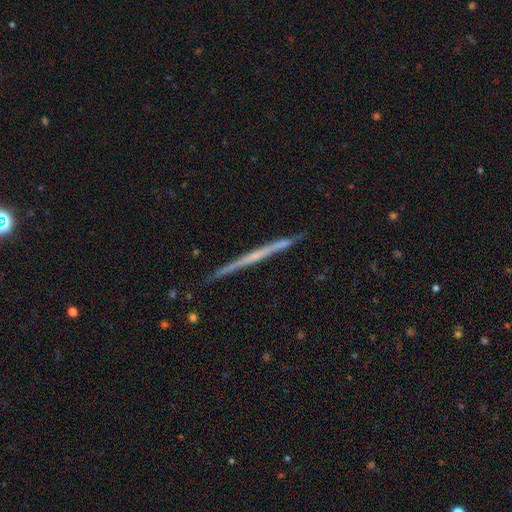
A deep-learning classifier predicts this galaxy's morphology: Smooth or featured? featured or disk (65%)
Edge-on disk? yes (98%)
Edge-on bulge? none (85%)
Merging? none (90%)